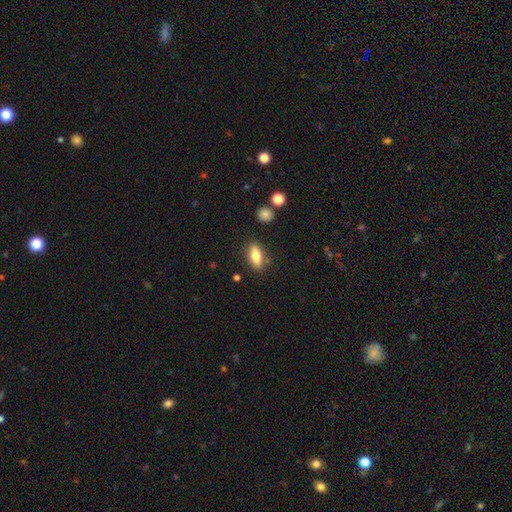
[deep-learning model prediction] smooth_or_featured: smooth (p=0.78) [alt: featured or disk p=0.15]
how_rounded: in between (p=0.78) [alt: cigar-shaped p=0.18]
merging: none (p=0.83) [alt: minor disturbance p=0.11]